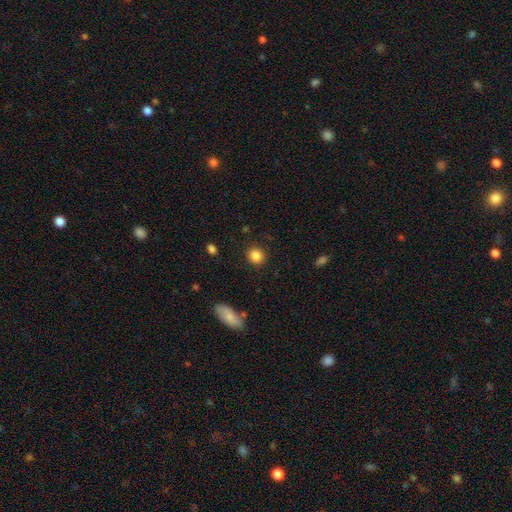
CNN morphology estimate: The model was most divided on "how rounded": round: 85%, in between: 14%, cigar-shaped: 1%. More confident: merging — none (89%); smooth or featured — smooth (86%).